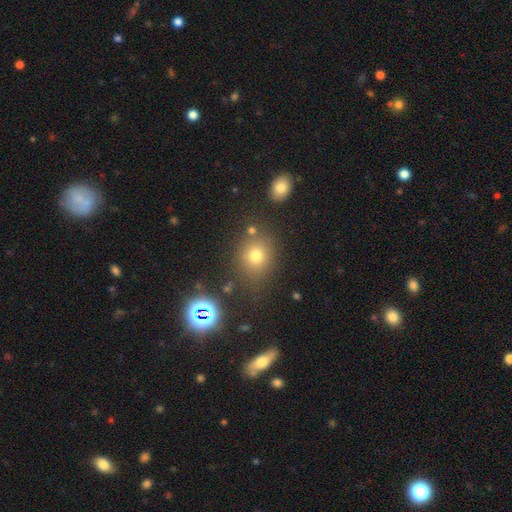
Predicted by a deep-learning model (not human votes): Q: Smooth or featured?
A: smooth (69%); runner-up: star or artifact (21%)
Q: How rounded?
A: round (70%); runner-up: in between (29%)
Q: Merging?
A: none (76%); runner-up: minor disturbance (12%)